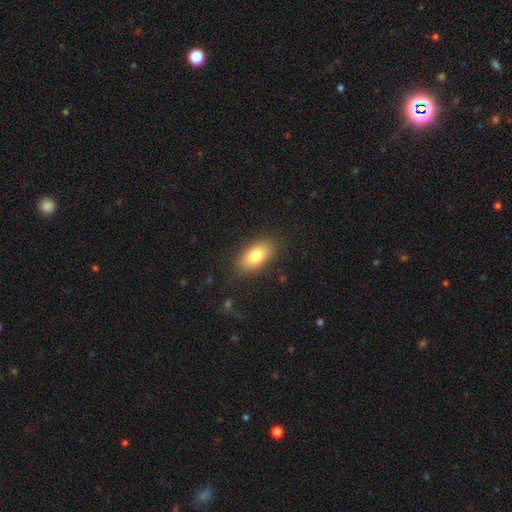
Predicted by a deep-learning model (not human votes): Smooth or featured: smooth — 80% (featured or disk — 12%)
How rounded: in between — 90% (round — 5%)
Merging: none — 84% (minor disturbance — 11%)